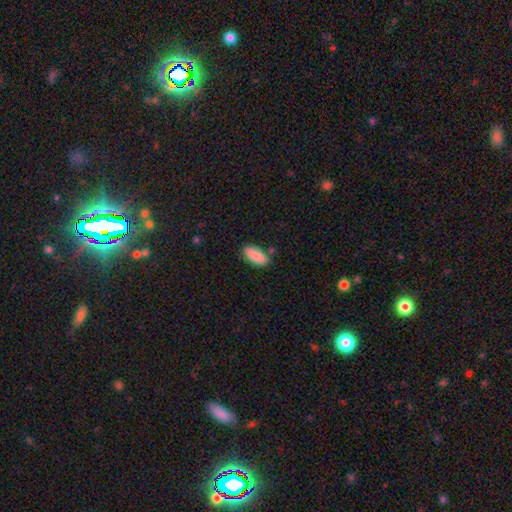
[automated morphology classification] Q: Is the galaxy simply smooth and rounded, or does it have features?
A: smooth — 88%.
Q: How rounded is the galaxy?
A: in between — 86%.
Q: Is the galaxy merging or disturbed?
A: none — 81%.